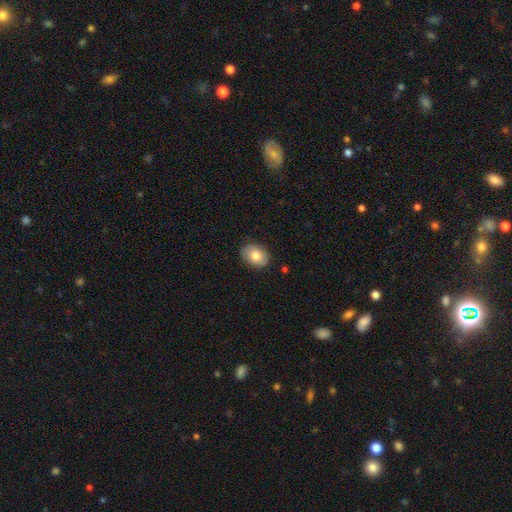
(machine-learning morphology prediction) type=smooth (81%); roundness=in between (77%); merging=none (86%).